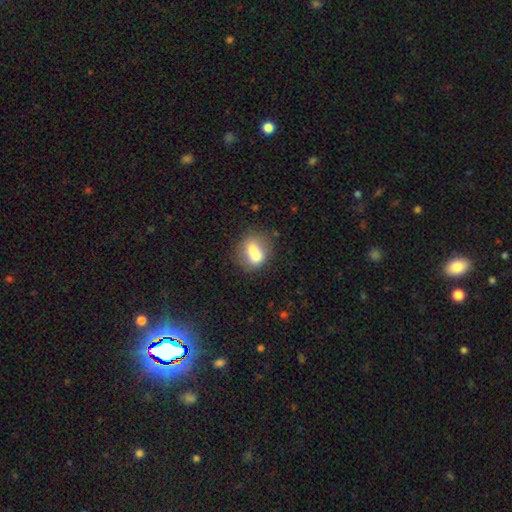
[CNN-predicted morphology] smooth 66%, featured or disk 25%, star or artifact 9%. Down the decision tree: how rounded — round (51%); merging — merger (49%).